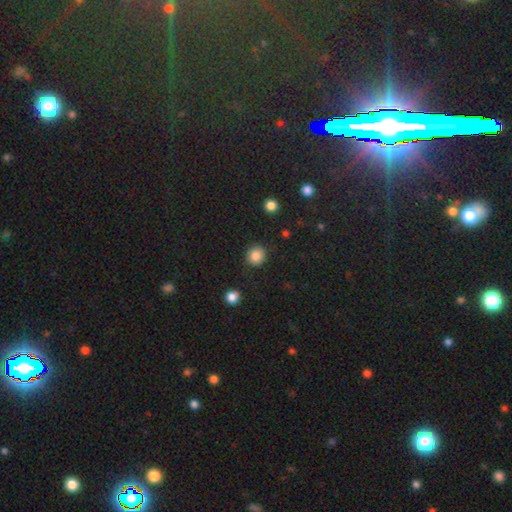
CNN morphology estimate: Smooth or featured? Predicted: smooth (p=0.86). How rounded? Predicted: round (p=0.89). Merging? Predicted: none (p=0.87).